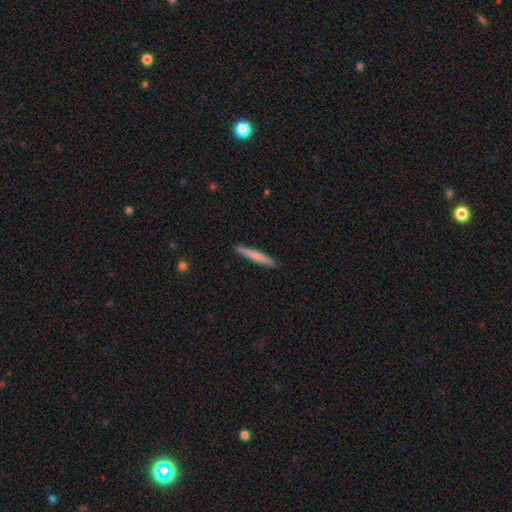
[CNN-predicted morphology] Smooth or featured? smooth (64%)
How rounded? cigar-shaped (95%)
Merging? none (91%)